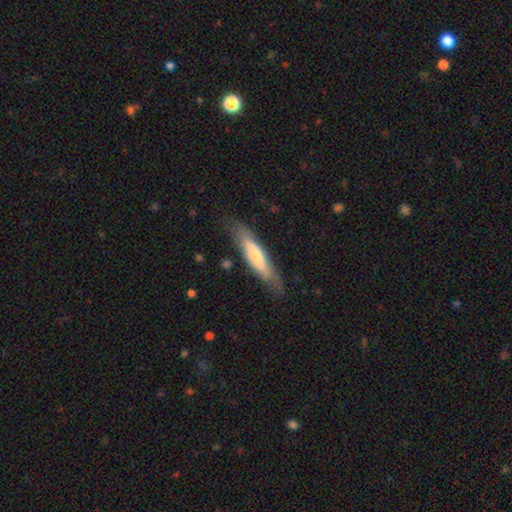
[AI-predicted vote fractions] smooth_or_featured: smooth (p=0.53) [alt: featured or disk p=0.42]
how_rounded: cigar-shaped (p=0.76) [alt: in between p=0.22]
merging: none (p=0.76) [alt: minor disturbance p=0.18]